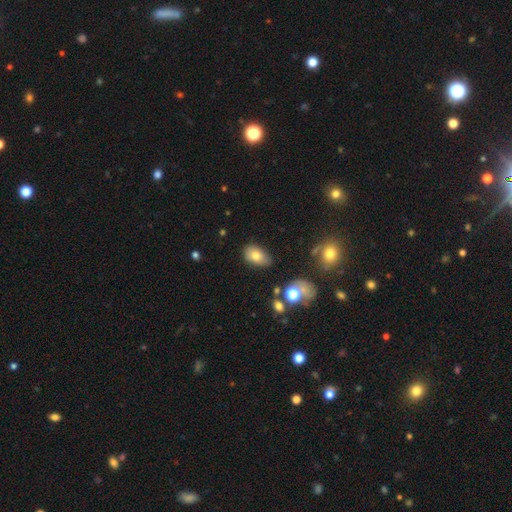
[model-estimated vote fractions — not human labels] A smooth galaxy with no disk features (76%) that is in between round and cigar-shaped (88%).

Vote fractions:
- Smooth or featured? smooth: 76% / featured or disk: 14% / star or artifact: 10%
- How rounded? in between: 88% / round: 10% / cigar-shaped: 2%
- Merging? none: 67% / minor disturbance: 24% / major disturbance: 6% / merger: 3%